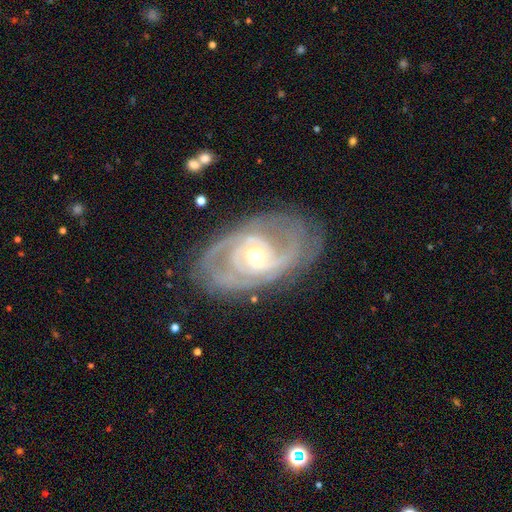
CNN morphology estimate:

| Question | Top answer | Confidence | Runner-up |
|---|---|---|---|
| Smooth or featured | featured or disk | 89% | smooth (6%) |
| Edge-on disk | no | 96% | yes (4%) |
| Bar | no | 57% | weak (32%) |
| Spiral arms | yes | 96% | no (4%) |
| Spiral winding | tight | 62% | medium (32%) |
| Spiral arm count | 2 | 47% | 3 (21%) |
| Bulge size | small | 50% | moderate (46%) |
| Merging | none | 76% | minor disturbance (16%) |